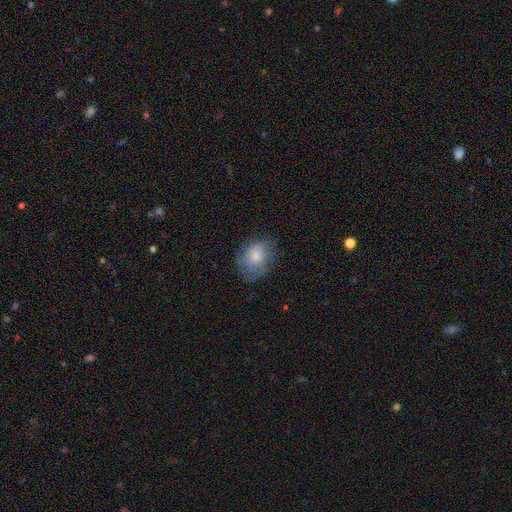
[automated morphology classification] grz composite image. It shows a smooth galaxy with no disk features (68%) that is in between round and cigar-shaped (58%). Merging: none (58%).